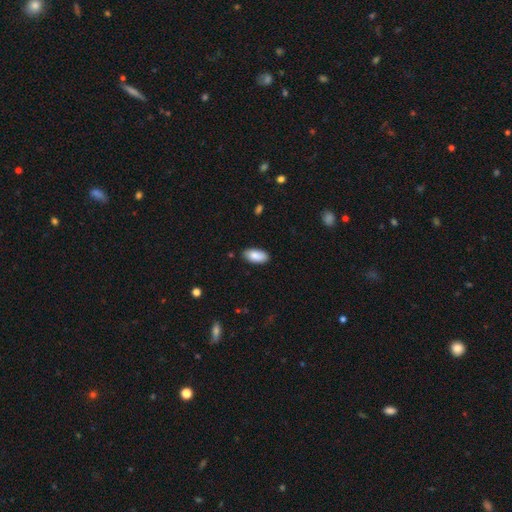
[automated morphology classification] A smooth galaxy with no disk features (88%) that is in between round and cigar-shaped (93%).

Vote fractions:
- Smooth or featured? smooth: 88% / featured or disk: 6% / star or artifact: 6%
- How rounded? in between: 93% / cigar-shaped: 5% / round: 2%
- Merging? none: 85% / minor disturbance: 12% / major disturbance: 2% / merger: 1%